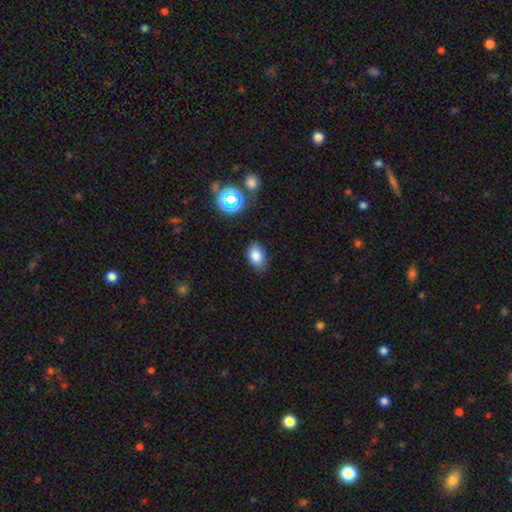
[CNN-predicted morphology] Smooth or featured?
  - smooth: 82% *
  - star or artifact: 12%
  - featured or disk: 6%
How rounded?
  - in between: 80% *
  - round: 19%
  - cigar-shaped: 1%
Merging?
  - none: 79% *
  - minor disturbance: 16%
  - major disturbance: 3%
  - merger: 2%